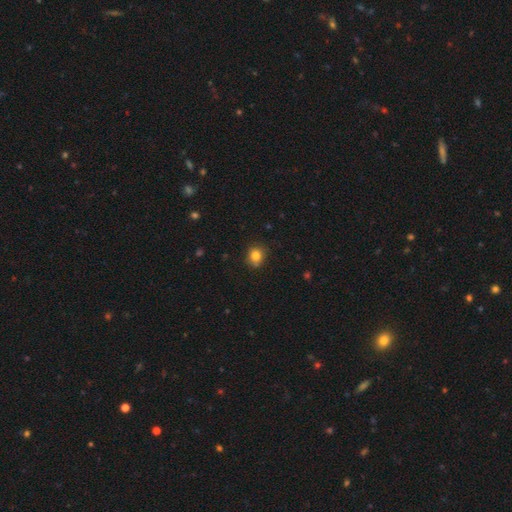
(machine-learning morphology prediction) smooth 81%, star or artifact 12%, featured or disk 7%. Down the decision tree: how rounded — round (74%); merging — none (81%).